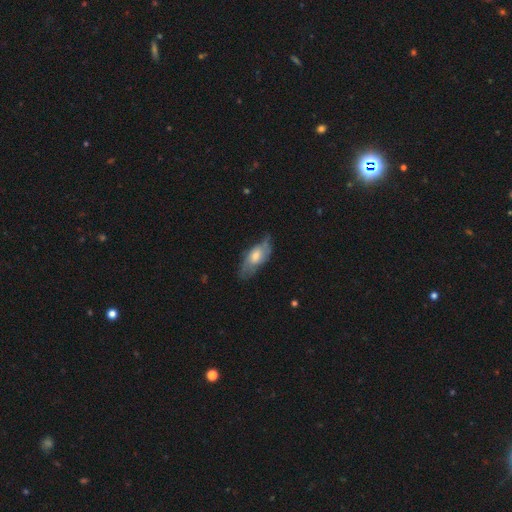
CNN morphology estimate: A smooth galaxy with no disk features (46%, tied with featured or disk). Merging: none (56%).